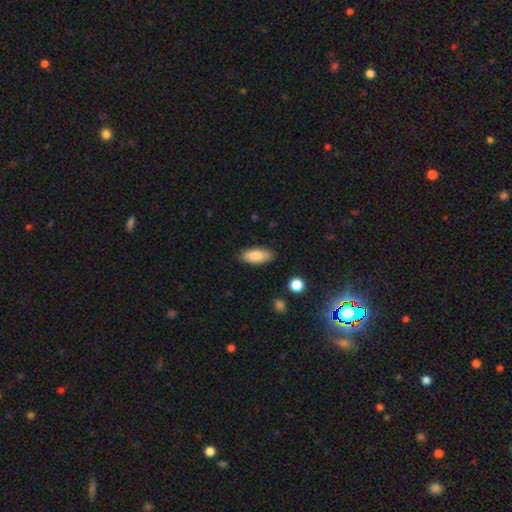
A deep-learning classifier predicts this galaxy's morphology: Smooth or featured? Predicted: smooth (p=0.83). How rounded? Predicted: in between (p=0.84). Merging? Predicted: none (p=0.85).